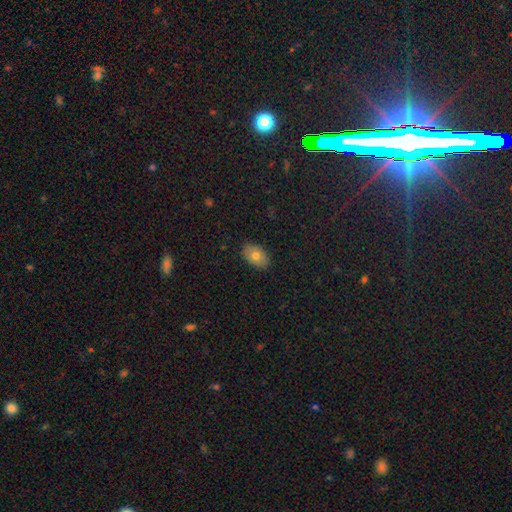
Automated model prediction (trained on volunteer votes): Smooth or featured?
  - smooth: 73% *
  - featured or disk: 19%
  - star or artifact: 8%
How rounded?
  - in between: 89% *
  - round: 10%
  - cigar-shaped: 1%
Merging?
  - none: 87% *
  - minor disturbance: 10%
  - major disturbance: 2%
  - merger: 1%